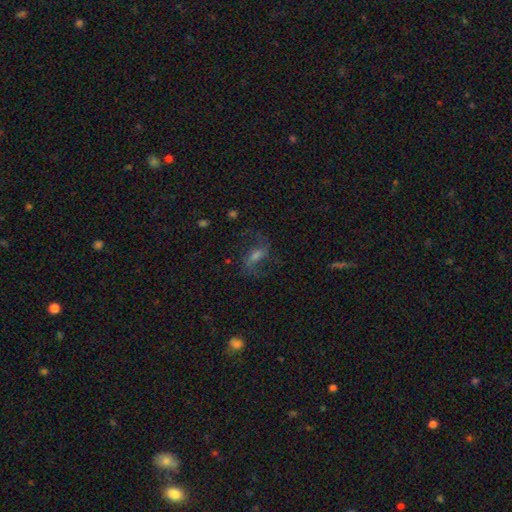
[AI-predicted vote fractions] A featured or disk galaxy (65%) with a weak bar (48%), 2 (88%) loose (59%) spiral arms (91%) and a moderate central bulge (40%). Merging: none (70%).